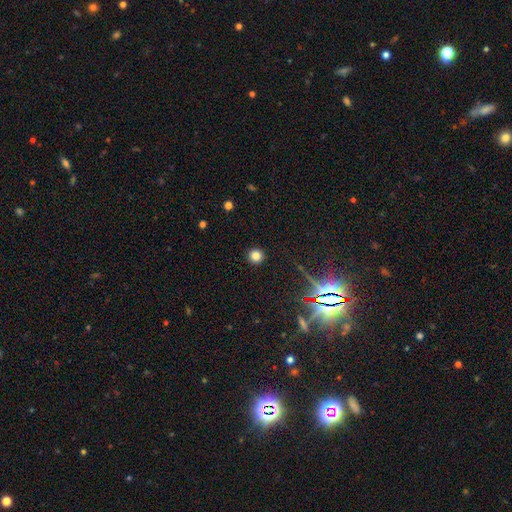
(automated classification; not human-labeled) Morphology: type=smooth (78%); roundness=round (95%); merging=none (92%).